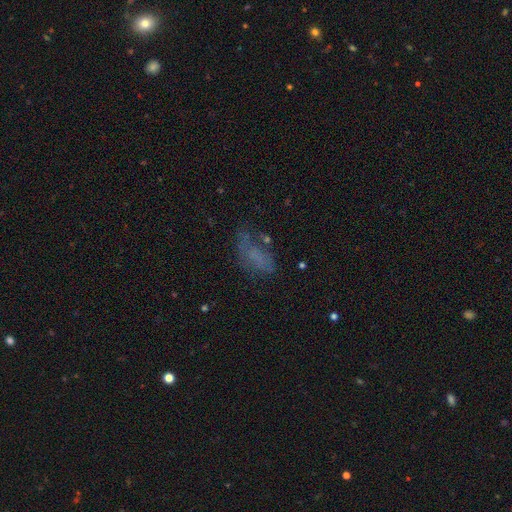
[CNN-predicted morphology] This appears to be a smooth galaxy with no disk features (46%). Merging: none (40%).